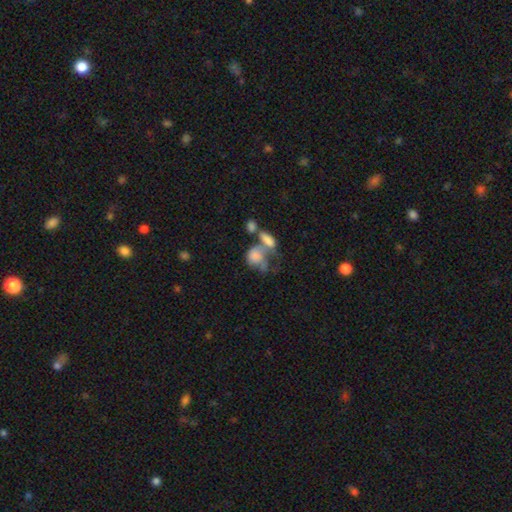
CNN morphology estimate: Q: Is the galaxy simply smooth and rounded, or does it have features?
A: smooth — 69%.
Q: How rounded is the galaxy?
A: in between — 64%.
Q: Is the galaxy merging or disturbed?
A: merger — 57%.